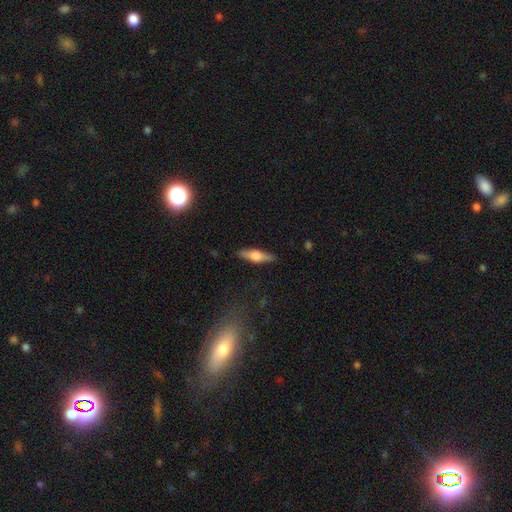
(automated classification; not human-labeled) featured or disk 51%, smooth 43%, star or artifact 6%. Down the decision tree: edge-on disk — yes (94%); merging — none (88%).